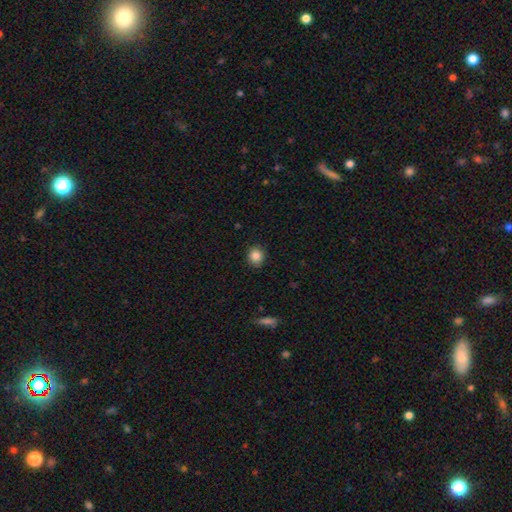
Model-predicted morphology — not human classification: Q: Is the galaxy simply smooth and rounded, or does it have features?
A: smooth — 86%.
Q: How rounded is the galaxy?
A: round — 85%.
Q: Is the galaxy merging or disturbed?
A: none — 90%.